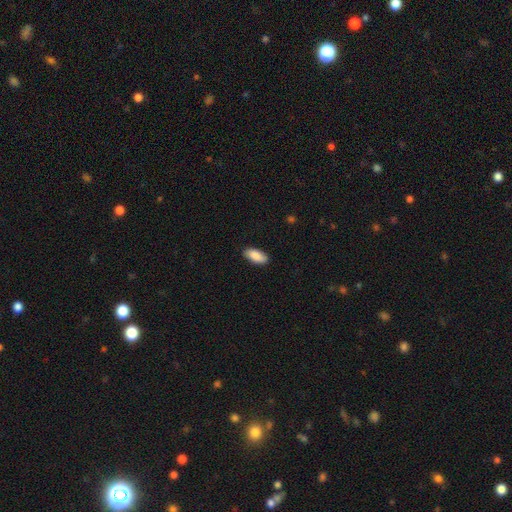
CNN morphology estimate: type=smooth (89%); roundness=in between (89%); merging=none (87%).